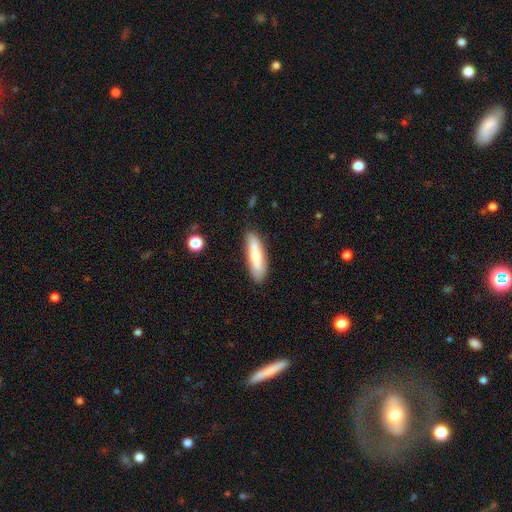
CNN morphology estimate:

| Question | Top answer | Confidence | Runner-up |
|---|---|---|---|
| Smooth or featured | smooth | 66% | featured or disk (28%) |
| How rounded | cigar-shaped | 66% | in between (32%) |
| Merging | none | 84% | minor disturbance (12%) |